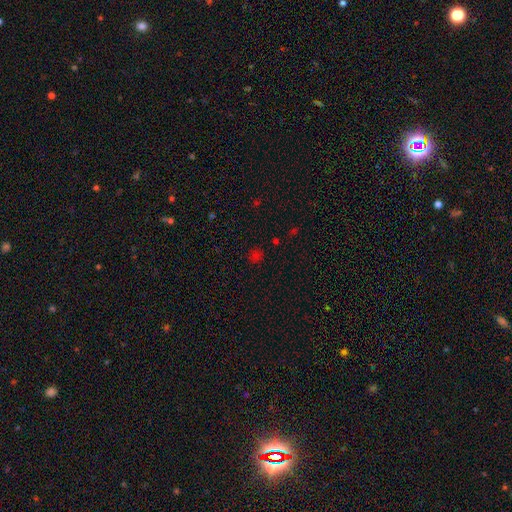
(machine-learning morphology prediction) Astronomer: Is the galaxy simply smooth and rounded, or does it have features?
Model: smooth — 63%.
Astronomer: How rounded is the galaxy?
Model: round — 84%.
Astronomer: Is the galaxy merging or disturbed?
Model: none — 82%.